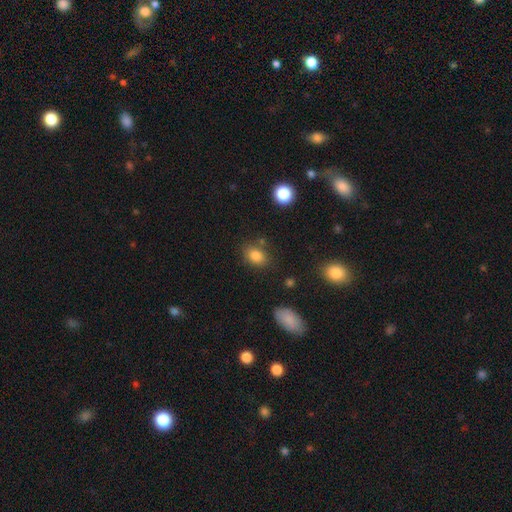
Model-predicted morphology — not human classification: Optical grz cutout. It shows a smooth galaxy with no disk features (82%) that is in between round and cigar-shaped (71%). Merging: none (77%).